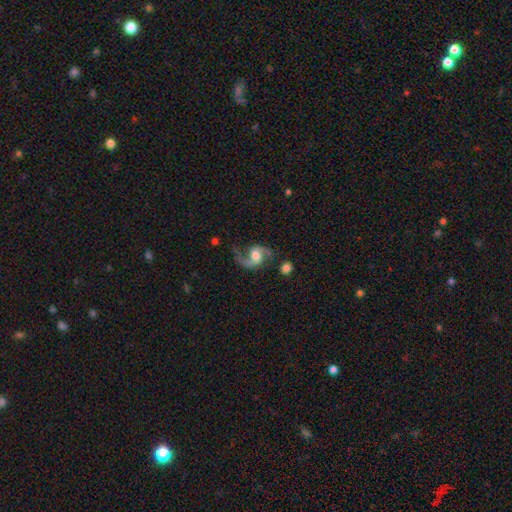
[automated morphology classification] Smooth or featured? featured or disk (87%)
Edge-on disk? no (98%)
Bar? no (47%)
Spiral arms? yes (97%)
Spiral winding? loose (61%)
Spiral arm count? 2 (86%)
Bulge size? moderate (59%)
Merging? none (63%)